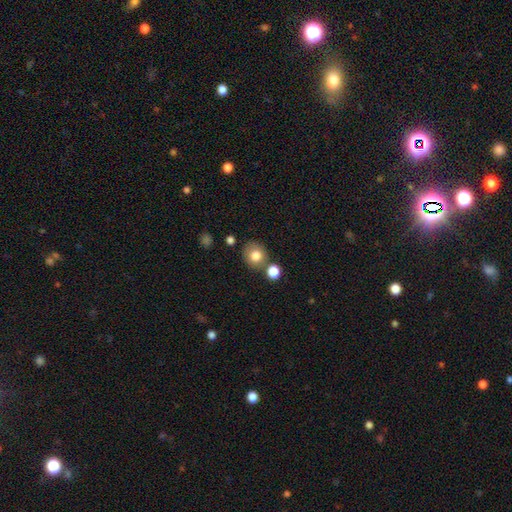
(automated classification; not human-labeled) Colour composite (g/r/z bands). It shows a smooth galaxy with no disk features (81%) that is round (81%). Merging: none (73%).